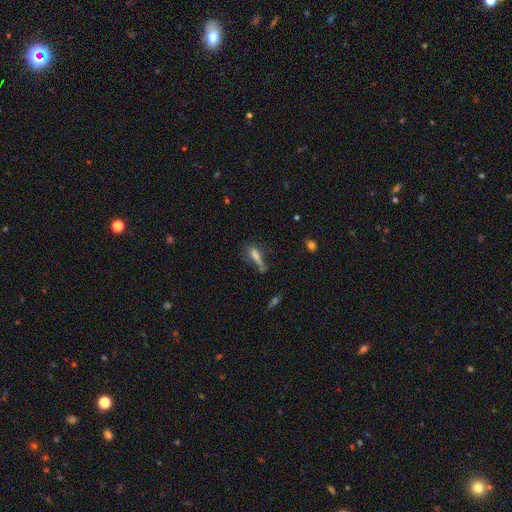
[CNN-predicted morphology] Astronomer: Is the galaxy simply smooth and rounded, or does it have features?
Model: smooth — 67%.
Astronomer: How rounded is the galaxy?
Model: cigar-shaped — 51% (runner-up: in between, 46%).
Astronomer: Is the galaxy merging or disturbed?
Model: none — 38% (runner-up: minor disturbance, 25%).